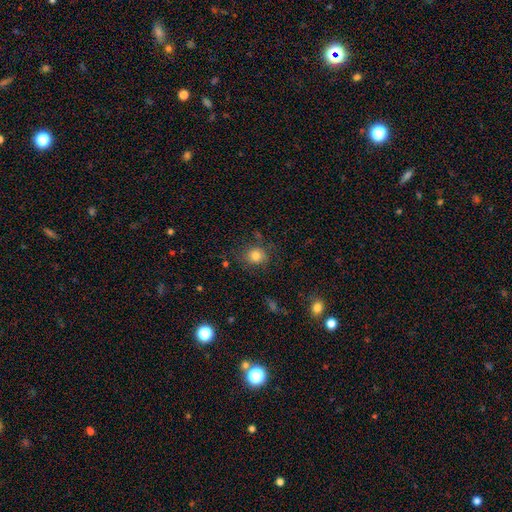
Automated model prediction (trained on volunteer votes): Overall: smooth (79%). How rounded: round (74%). Merging: none (73%).